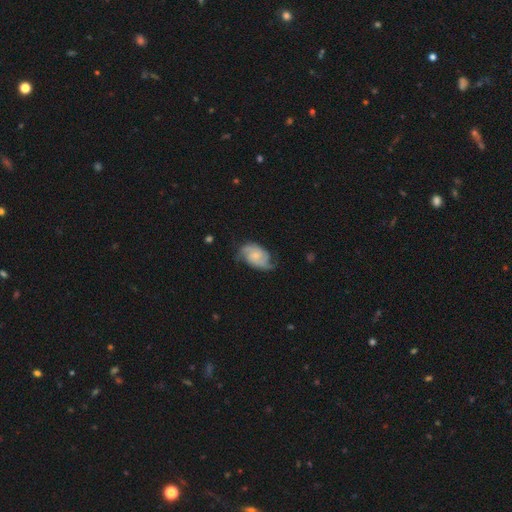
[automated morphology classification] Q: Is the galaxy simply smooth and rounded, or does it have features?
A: featured or disk — 74%.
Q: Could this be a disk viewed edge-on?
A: no — 97%.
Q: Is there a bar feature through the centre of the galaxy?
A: no — 64%.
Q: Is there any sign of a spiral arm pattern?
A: yes — 95%.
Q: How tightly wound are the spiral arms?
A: medium — 46%.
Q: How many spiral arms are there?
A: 2 — 76%.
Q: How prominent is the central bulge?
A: small — 58%.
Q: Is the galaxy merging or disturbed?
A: none — 64%.